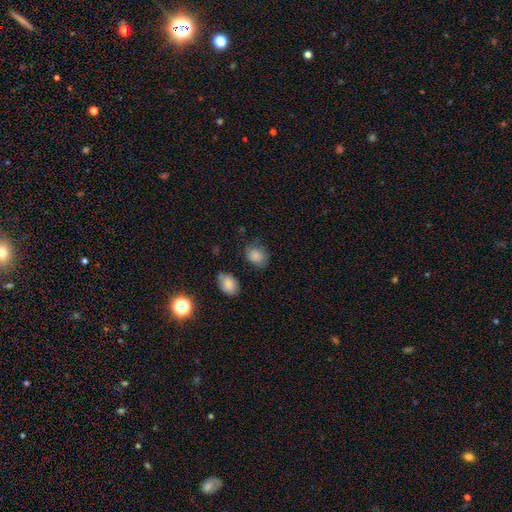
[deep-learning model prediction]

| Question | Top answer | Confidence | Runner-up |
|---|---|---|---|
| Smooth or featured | smooth | 85% | star or artifact (9%) |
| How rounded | in between | 57% | round (42%) |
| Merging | none | 65% | minor disturbance (25%) |